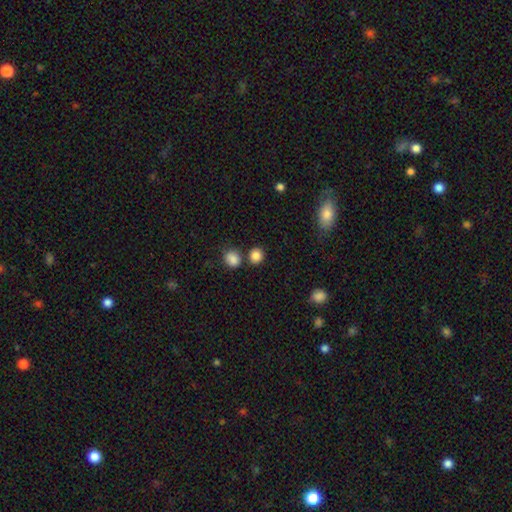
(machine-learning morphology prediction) A smooth galaxy with no disk features (85%) that is round (81%).

Vote fractions:
- Smooth or featured? smooth: 85% / star or artifact: 11% / featured or disk: 4%
- How rounded? round: 81% / in between: 18% / cigar-shaped: 1%
- Merging? none: 74% / merger: 15% / minor disturbance: 8% / major disturbance: 3%